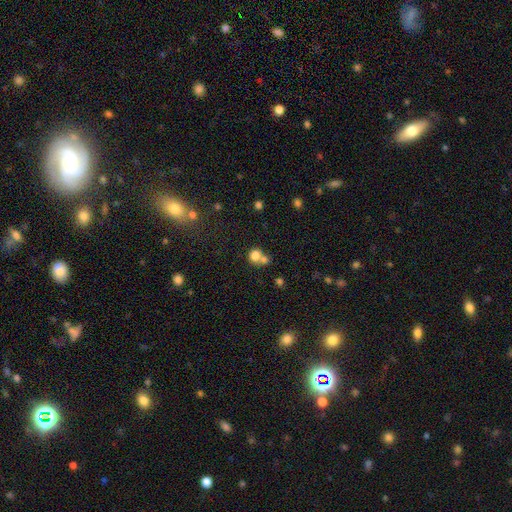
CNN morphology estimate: smooth_or_featured: smooth (p=0.77) [alt: star or artifact p=0.12]
how_rounded: round (p=0.75) [alt: in between p=0.24]
merging: merger (p=0.53) [alt: none p=0.36]